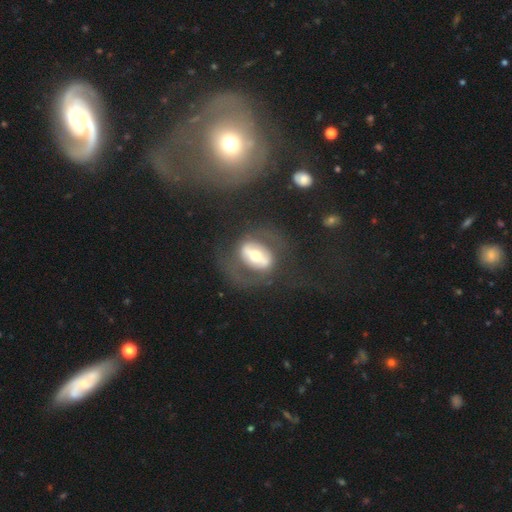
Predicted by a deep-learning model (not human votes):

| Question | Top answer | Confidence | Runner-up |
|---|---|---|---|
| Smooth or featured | featured or disk | 72% | smooth (21%) |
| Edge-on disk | no | 90% | yes (10%) |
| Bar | strong | 60% | weak (22%) |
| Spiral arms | yes | 55% | no (45%) |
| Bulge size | moderate | 58% | small (20%) |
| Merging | none | 61% | major disturbance (22%) |